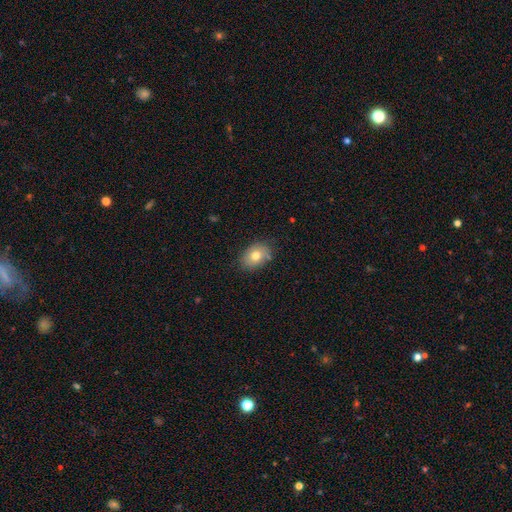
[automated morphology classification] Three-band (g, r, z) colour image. It shows a smooth galaxy with no disk features (77%) that is in between round and cigar-shaped (74%). Merging: none (78%).